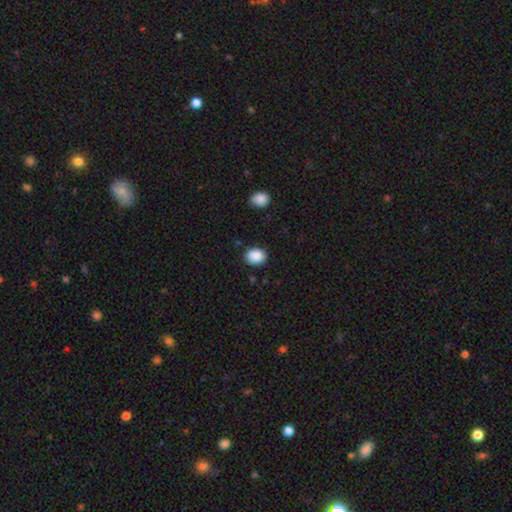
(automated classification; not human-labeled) smooth_or_featured: smooth (p=0.89) [alt: star or artifact p=0.08]
how_rounded: round (p=0.58) [alt: in between p=0.42]
merging: none (p=0.86) [alt: minor disturbance p=0.10]